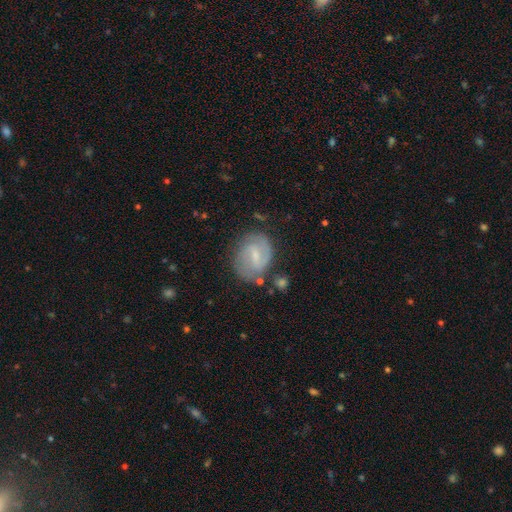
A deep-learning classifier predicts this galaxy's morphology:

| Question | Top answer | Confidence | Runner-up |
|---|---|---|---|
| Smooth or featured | featured or disk | 69% | smooth (24%) |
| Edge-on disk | no | 97% | yes (3%) |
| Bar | weak | 61% | strong (23%) |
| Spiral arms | yes | 89% | no (11%) |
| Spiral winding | medium | 45% | tight (34%) |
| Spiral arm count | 2 | 76% | can't tell (14%) |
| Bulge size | small | 62% | moderate (24%) |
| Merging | none | 72% | minor disturbance (18%) |